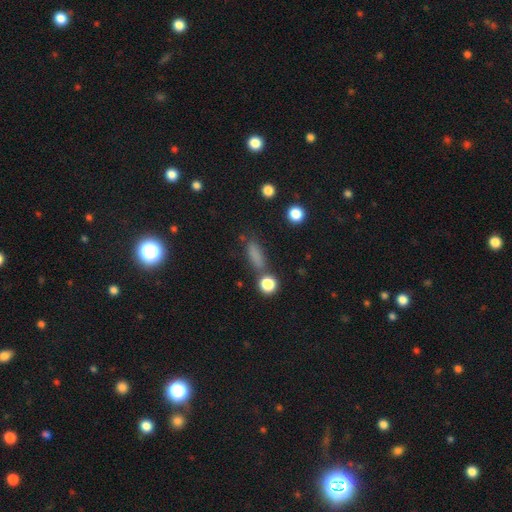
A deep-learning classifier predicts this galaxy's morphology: Smooth or featured? Predicted: smooth (p=0.76). How rounded? Predicted: cigar-shaped (p=0.47). Merging? Predicted: none (p=0.68).